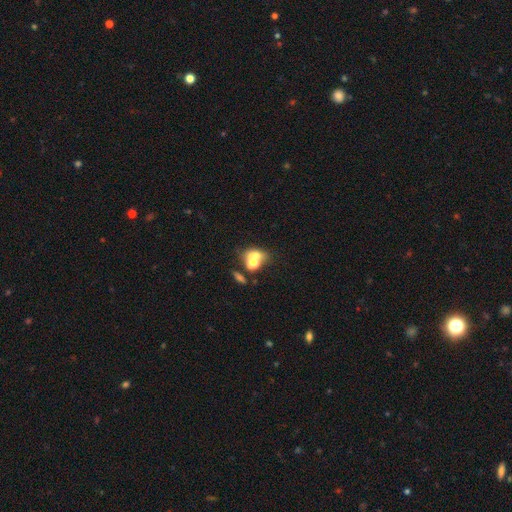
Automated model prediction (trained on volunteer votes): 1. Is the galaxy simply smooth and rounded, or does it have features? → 62% smooth, 19% star or artifact, 19% featured or disk.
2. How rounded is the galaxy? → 51% round, 47% in between, 2% cigar-shaped.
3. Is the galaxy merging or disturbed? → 46% merger, 35% none, 11% minor disturbance, 8% major disturbance.